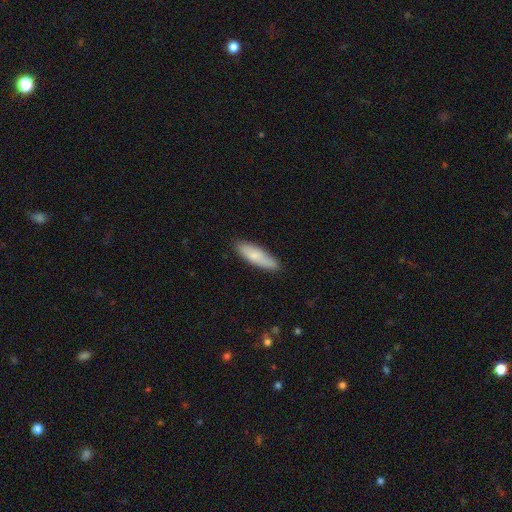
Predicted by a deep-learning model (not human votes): Overall: smooth (77%). How rounded: cigar-shaped (57%; in between 41%). Merging: none (84%).